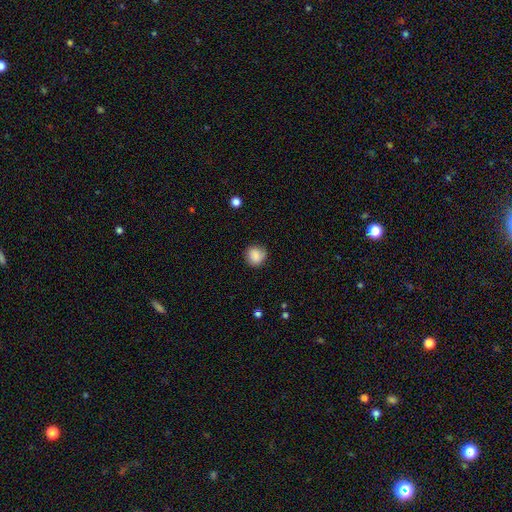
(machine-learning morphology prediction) Smooth or featured? smooth (84%)
How rounded? round (88%)
Merging? none (81%)